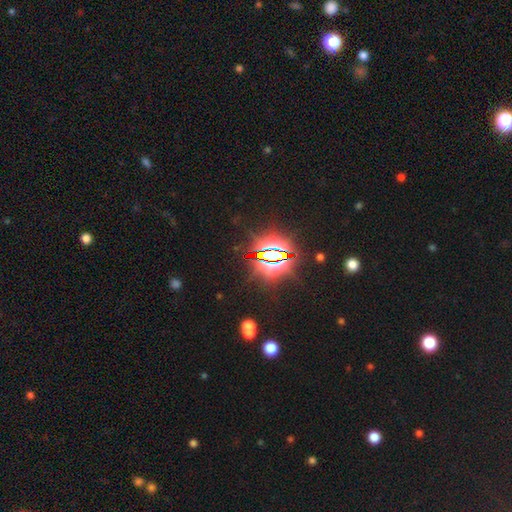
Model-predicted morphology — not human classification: Smooth or featured?
  - star or artifact: 83% *
  - smooth: 9%
  - featured or disk: 9%